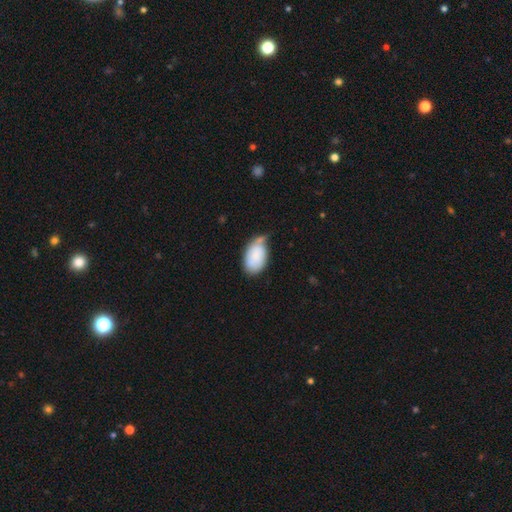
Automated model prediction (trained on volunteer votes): Smooth or featured?
  - smooth: 79% *
  - featured or disk: 14%
  - star or artifact: 6%
How rounded?
  - in between: 91% *
  - round: 7%
  - cigar-shaped: 1%
Merging?
  - minor disturbance: 39% *
  - none: 37%
  - major disturbance: 14%
  - merger: 9%